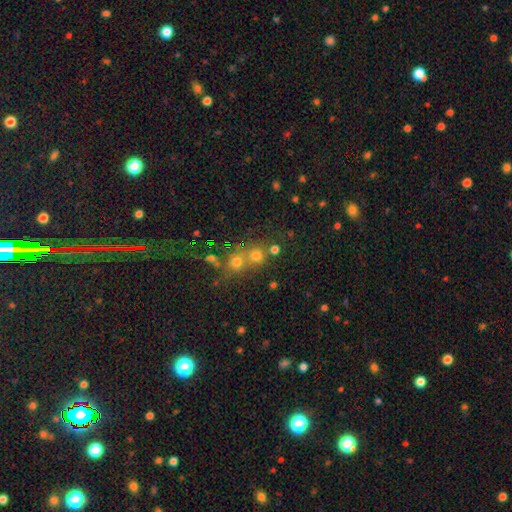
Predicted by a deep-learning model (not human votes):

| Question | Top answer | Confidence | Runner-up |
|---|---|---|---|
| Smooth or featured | smooth | 58% | star or artifact (30%) |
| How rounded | round | 86% | in between (12%) |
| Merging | none | 52% | merger (38%) |